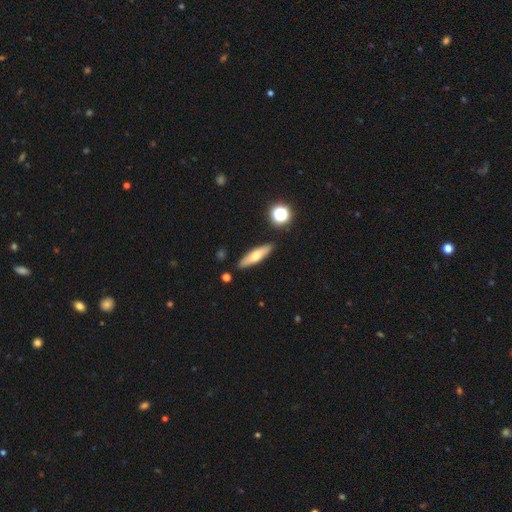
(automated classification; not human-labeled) Q: Smooth or featured?
A: smooth (61%); runner-up: featured or disk (31%)
Q: How rounded?
A: cigar-shaped (70%); runner-up: in between (28%)
Q: Merging?
A: none (87%); runner-up: minor disturbance (8%)